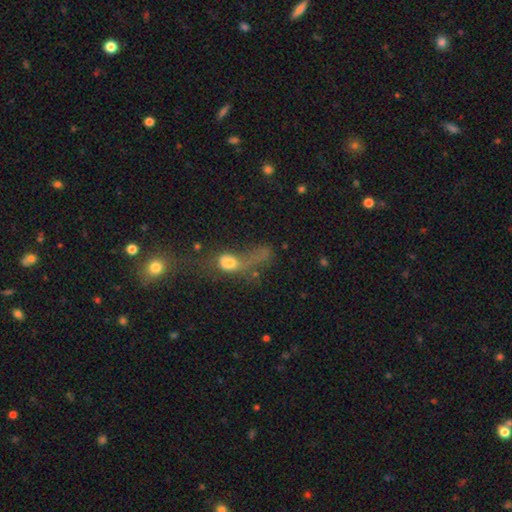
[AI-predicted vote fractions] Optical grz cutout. It shows a smooth galaxy with no disk features (48%). Merging: major disturbance (40%).